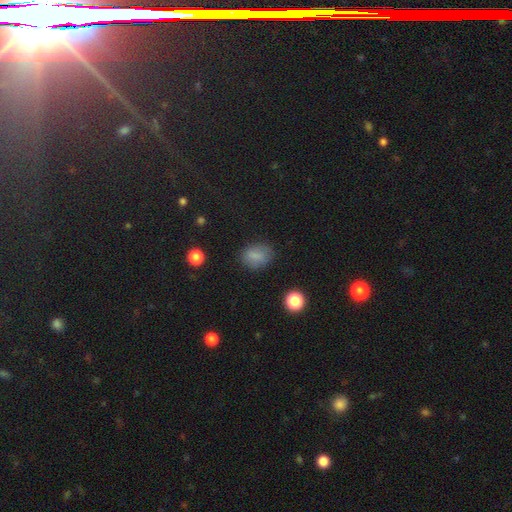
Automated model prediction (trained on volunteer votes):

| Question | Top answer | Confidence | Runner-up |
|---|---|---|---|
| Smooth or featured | smooth | 80% | star or artifact (11%) |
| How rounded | in between | 73% | round (25%) |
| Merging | none | 79% | minor disturbance (15%) |